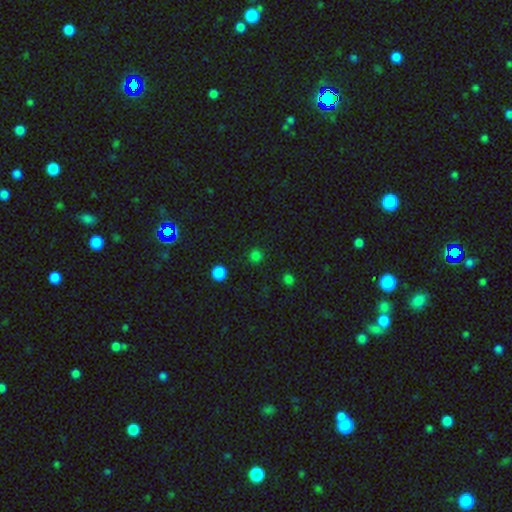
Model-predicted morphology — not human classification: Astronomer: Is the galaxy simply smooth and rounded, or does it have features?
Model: smooth — 71%.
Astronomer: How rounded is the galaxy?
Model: round — 90%.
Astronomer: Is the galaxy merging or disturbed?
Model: none — 85%.